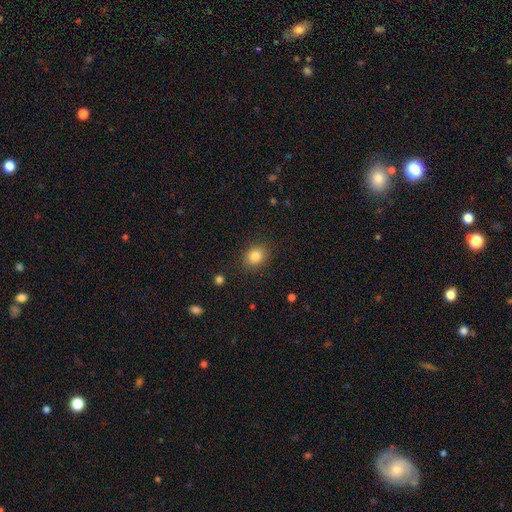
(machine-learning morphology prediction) Smooth or featured? Predicted: smooth (p=0.83). How rounded? Predicted: round (p=0.54). Merging? Predicted: none (p=0.87).